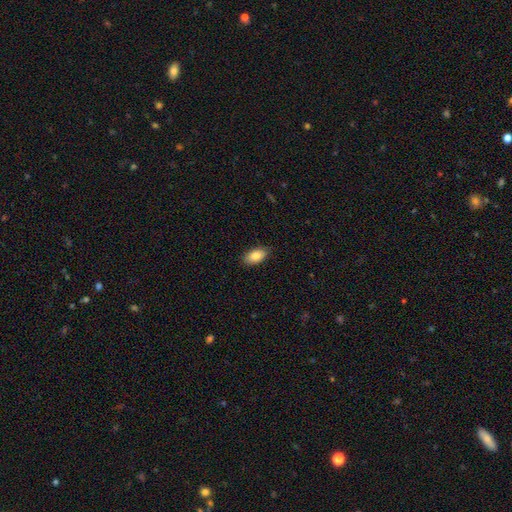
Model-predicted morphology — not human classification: Smooth or featured?
  - smooth: 85% *
  - featured or disk: 9%
  - star or artifact: 7%
How rounded?
  - in between: 94% *
  - round: 3%
  - cigar-shaped: 3%
Merging?
  - none: 88% *
  - minor disturbance: 10%
  - major disturbance: 2%
  - merger: 1%